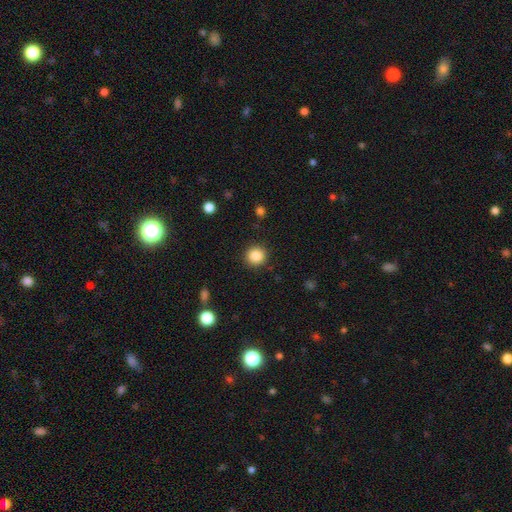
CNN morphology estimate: This is clearly a smooth galaxy (86%). How rounded: clearly round (93%). Merging: clearly none (91%).